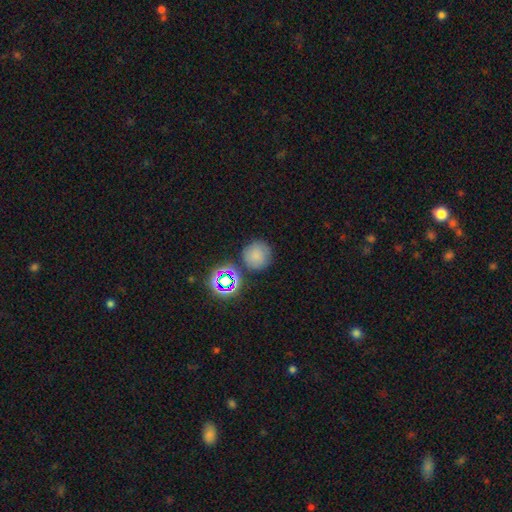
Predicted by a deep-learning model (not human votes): Overall: smooth (73%). How rounded: round (93%). Merging: none (78%).